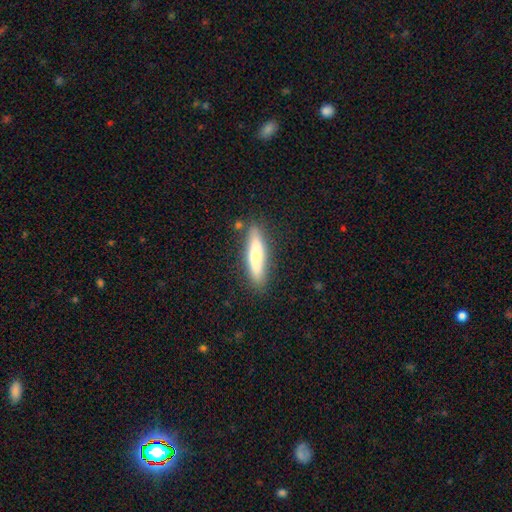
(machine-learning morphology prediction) Overall: smooth (55%; featured or disk 39%). How rounded: cigar-shaped (80%). Merging: none (84%).